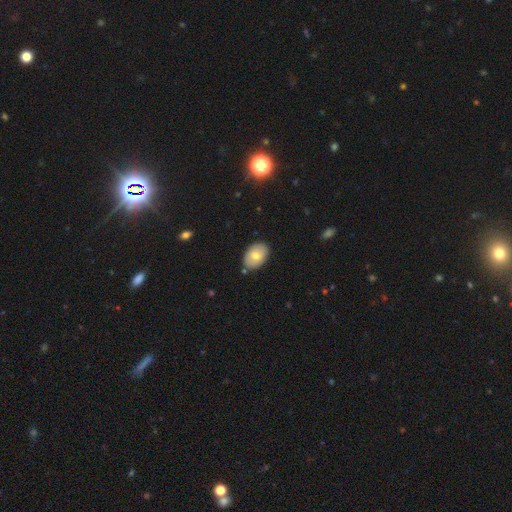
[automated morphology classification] A smooth galaxy with no disk features (74%) that is in between round and cigar-shaped (87%). Merging: none (84%).